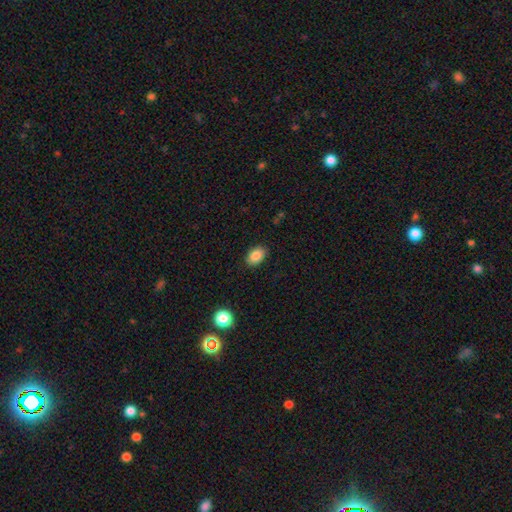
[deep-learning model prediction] Smooth or featured: smooth — 87% (star or artifact — 8%)
How rounded: in between — 87% (round — 12%)
Merging: none — 88% (minor disturbance — 9%)